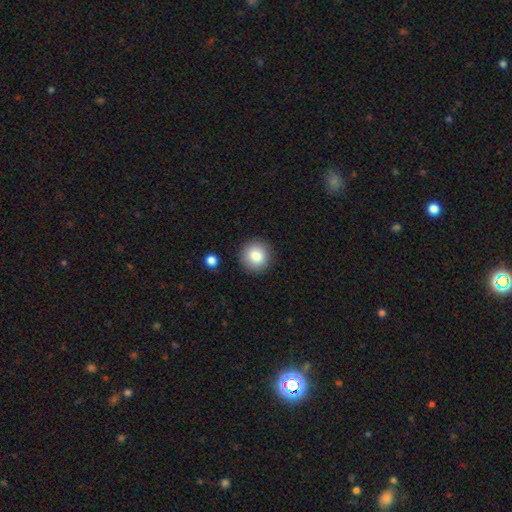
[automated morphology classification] Q: Smooth or featured?
A: smooth (83%); runner-up: star or artifact (9%)
Q: How rounded?
A: round (93%); runner-up: in between (7%)
Q: Merging?
A: none (89%); runner-up: minor disturbance (7%)